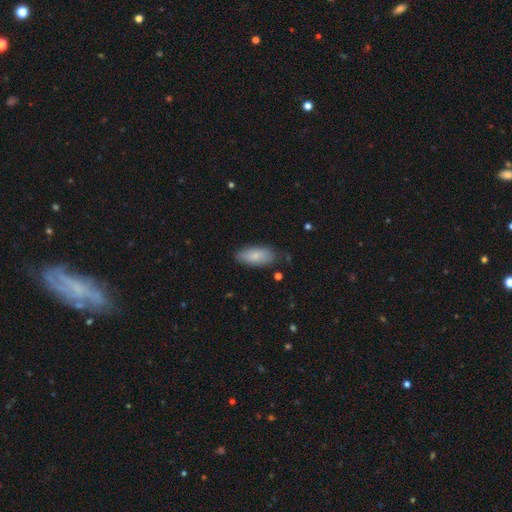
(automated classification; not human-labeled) Smooth or featured? Predicted: smooth (p=0.81). How rounded? Predicted: in between (p=0.87). Merging? Predicted: none (p=0.77).